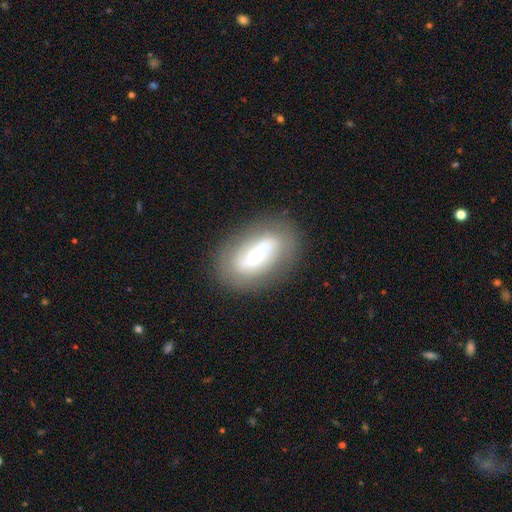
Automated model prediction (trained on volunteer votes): Smooth or featured? featured or disk (57%)
Edge-on disk? no (90%)
Bar? no (50%)
Spiral arms? yes (52%)
Bulge size? small (53%)
Merging? none (80%)